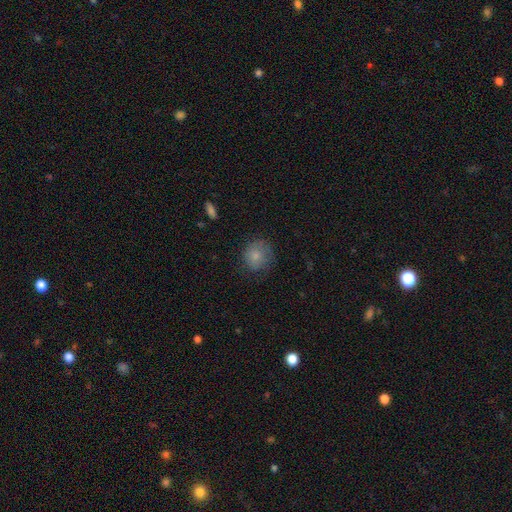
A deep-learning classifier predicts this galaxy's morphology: smooth-or-featured: smooth: 81% | featured or disk: 11% | star or artifact: 8%
  how-rounded: round: 85% | in between: 14% | cigar-shaped: 1%
  merging: none: 71% | minor disturbance: 21% | major disturbance: 7% | merger: 1%